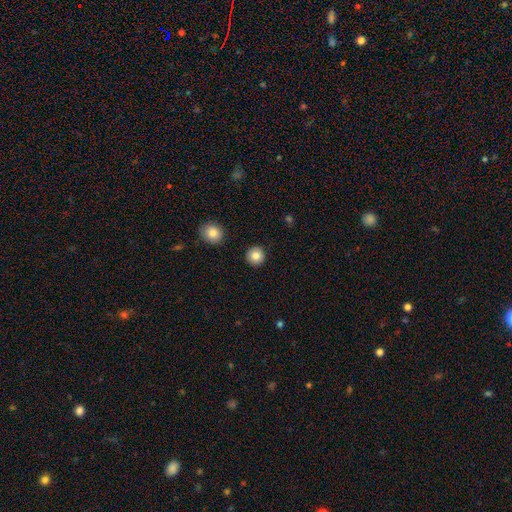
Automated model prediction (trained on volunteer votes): This appears to be a smooth galaxy with no disk features (84%) that is round (94%). Merging: none (92%).